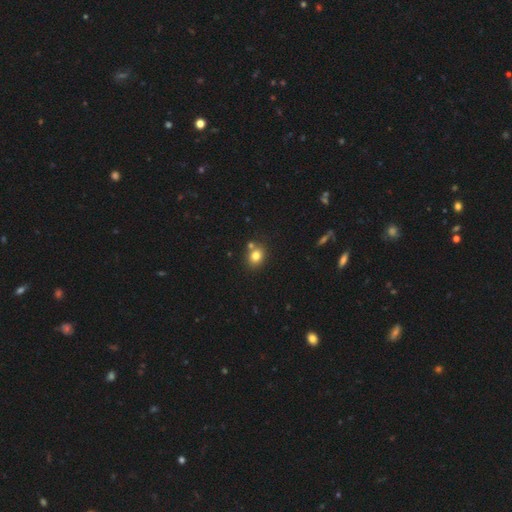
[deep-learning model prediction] This is likely a smooth galaxy (80%). How rounded: likely round (62%). Merging: likely none (70%).